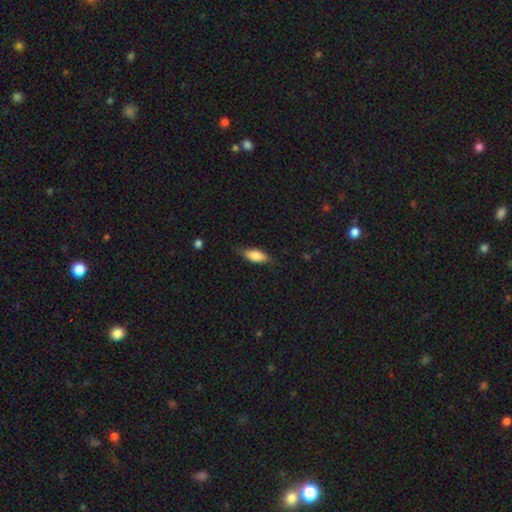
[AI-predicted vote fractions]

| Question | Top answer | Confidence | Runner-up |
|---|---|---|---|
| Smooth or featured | smooth | 77% | featured or disk (16%) |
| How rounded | in between | 81% | cigar-shaped (16%) |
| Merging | none | 72% | minor disturbance (21%) |